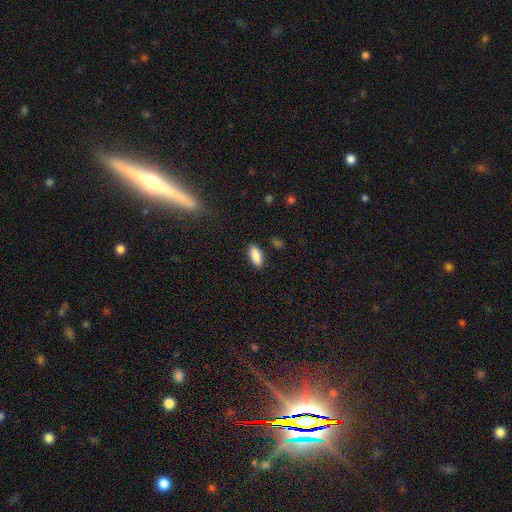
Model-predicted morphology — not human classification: A smooth galaxy with no disk features (88%) that is in between round and cigar-shaped (84%).

Vote fractions:
- Smooth or featured? smooth: 88% / star or artifact: 7% / featured or disk: 5%
- How rounded? in between: 84% / cigar-shaped: 14% / round: 2%
- Merging? none: 87% / minor disturbance: 9% / major disturbance: 2% / merger: 2%